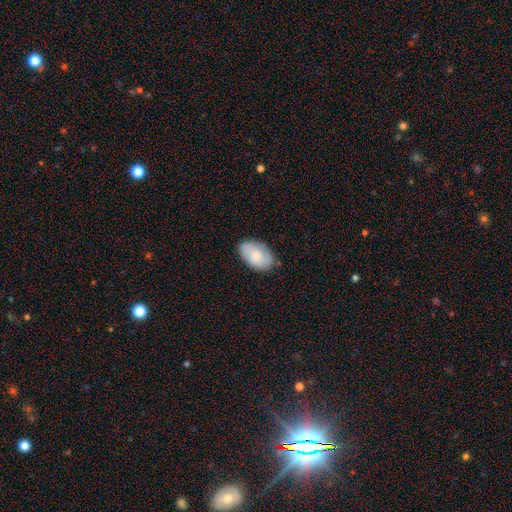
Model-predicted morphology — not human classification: Smooth or featured?
  - smooth: 78% *
  - featured or disk: 16%
  - star or artifact: 6%
How rounded?
  - in between: 93% *
  - round: 6%
  - cigar-shaped: 1%
Merging?
  - none: 79% *
  - minor disturbance: 17%
  - major disturbance: 3%
  - merger: 1%